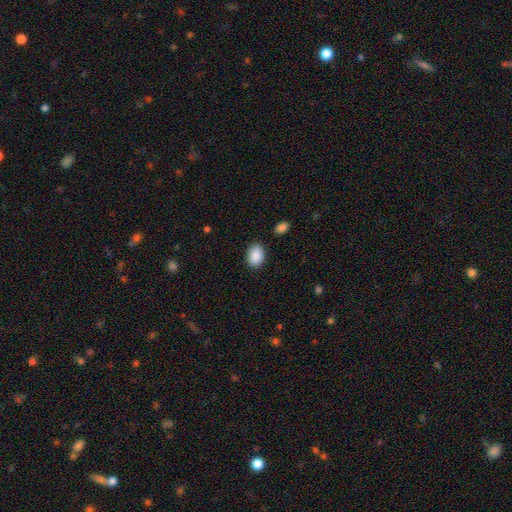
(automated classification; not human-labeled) Smooth or featured? smooth (89%)
How rounded? in between (81%)
Merging? none (85%)